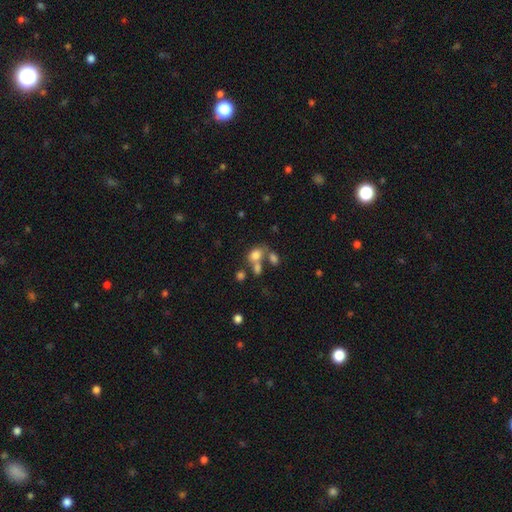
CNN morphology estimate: type=smooth (59%); roundness=round (49%, tied with in between); merging=none (43%).